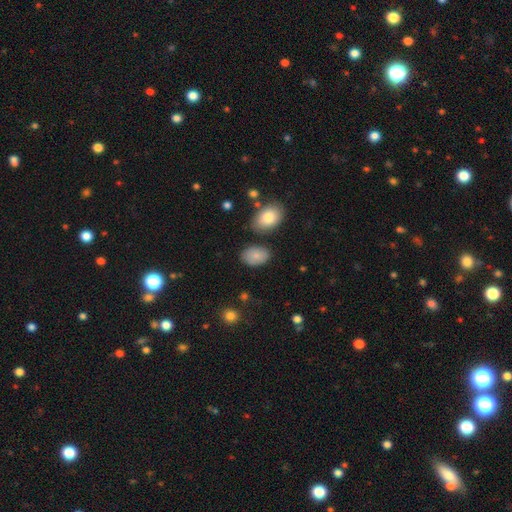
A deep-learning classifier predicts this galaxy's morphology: Overall: smooth (81%). How rounded: in between (86%). Merging: none (74%).